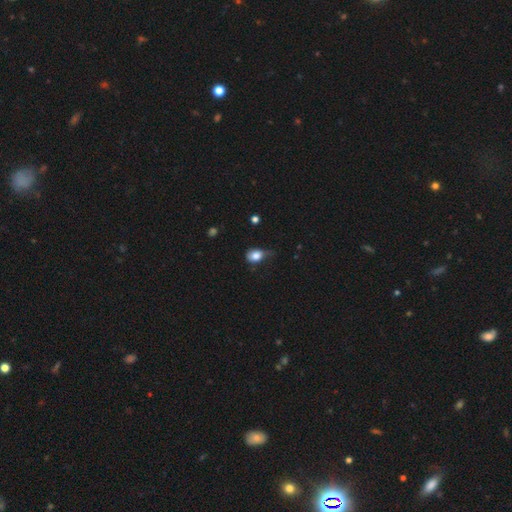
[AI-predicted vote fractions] Morphology: type=smooth (82%); roundness=in between (63%); merging=minor disturbance (44%).